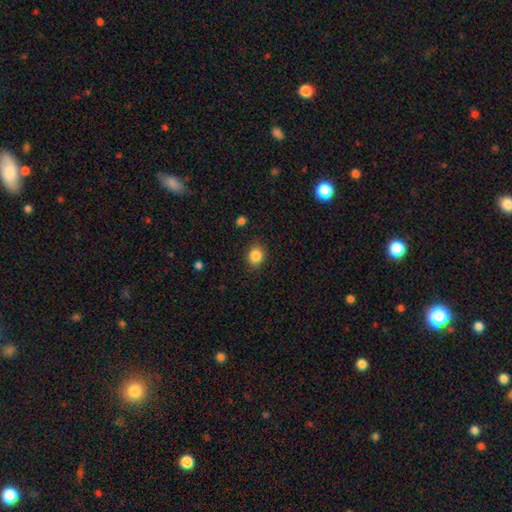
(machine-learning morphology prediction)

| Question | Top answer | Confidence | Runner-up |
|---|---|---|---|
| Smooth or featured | smooth | 85% | star or artifact (10%) |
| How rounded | round | 61% | in between (38%) |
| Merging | none | 87% | minor disturbance (9%) |